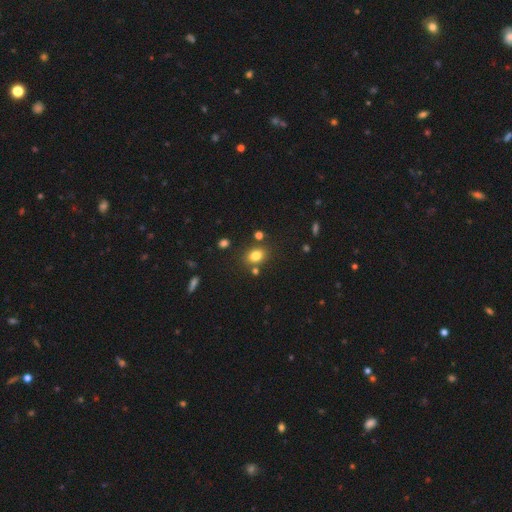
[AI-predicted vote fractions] Overall: smooth (79%). How rounded: in between (62%; round 37%). Merging: none (77%).